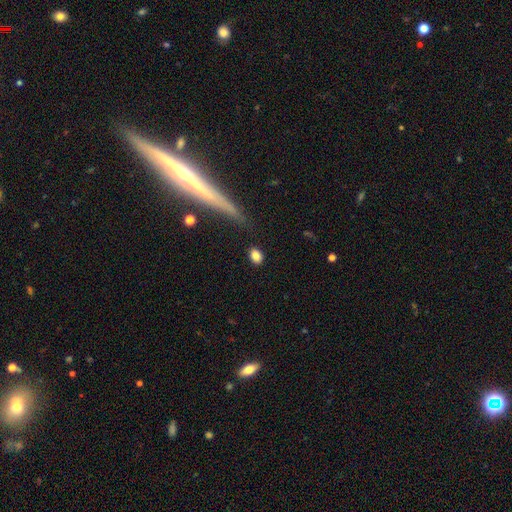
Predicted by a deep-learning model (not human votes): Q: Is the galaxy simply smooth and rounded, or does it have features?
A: smooth — 84%.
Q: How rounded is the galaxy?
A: in between — 71%.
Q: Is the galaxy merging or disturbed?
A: none — 85%.